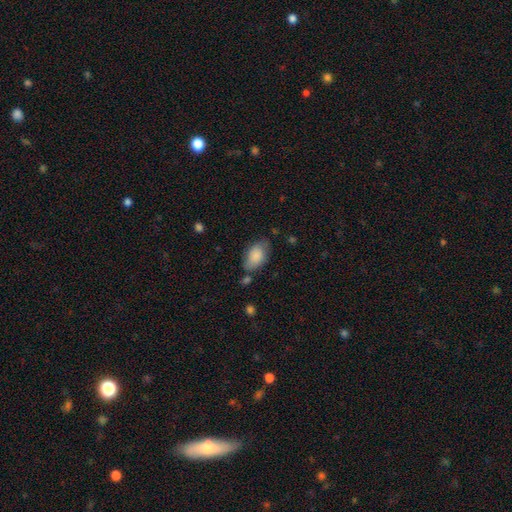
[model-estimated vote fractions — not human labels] smooth_or_featured: smooth (p=0.84) [alt: featured or disk p=0.10]
how_rounded: in between (p=0.92) [alt: round p=0.06]
merging: none (p=0.63) [alt: minor disturbance p=0.25]